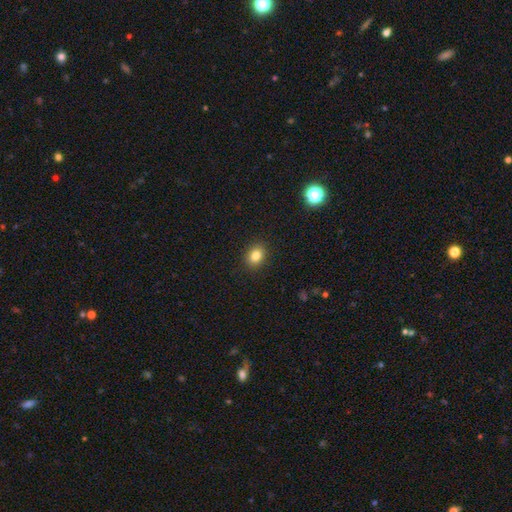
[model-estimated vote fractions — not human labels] Smooth or featured: smooth — 83% (star or artifact — 11%)
How rounded: in between — 52% (round — 48%)
Merging: none — 90% (minor disturbance — 7%)